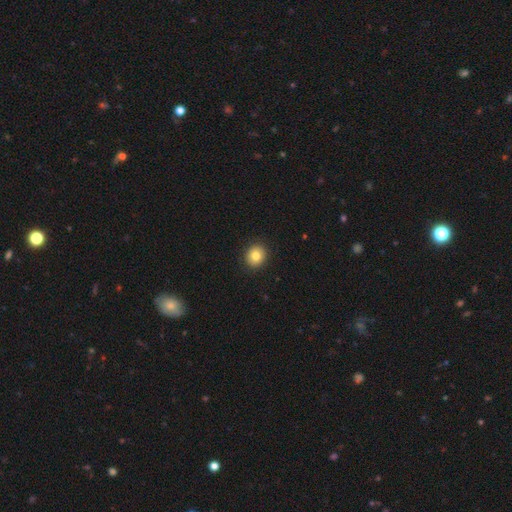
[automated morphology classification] smooth 81%, star or artifact 10%, featured or disk 9%. Down the decision tree: how rounded — round (79%); merging — none (92%).